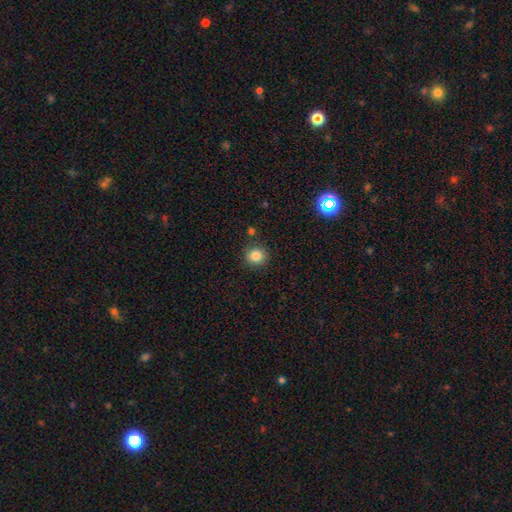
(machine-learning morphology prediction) smooth-or-featured: smooth: 84% | star or artifact: 11% | featured or disk: 5%
  how-rounded: round: 89% | in between: 10% | cigar-shaped: 1%
  merging: none: 86% | minor disturbance: 8% | merger: 4% | major disturbance: 2%